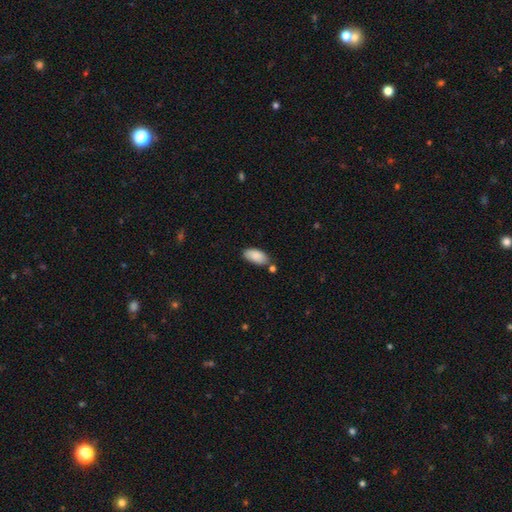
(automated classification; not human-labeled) Smooth or featured: smooth — 87% (star or artifact — 7%)
How rounded: in between — 92% (cigar-shaped — 6%)
Merging: none — 66% (minor disturbance — 19%)